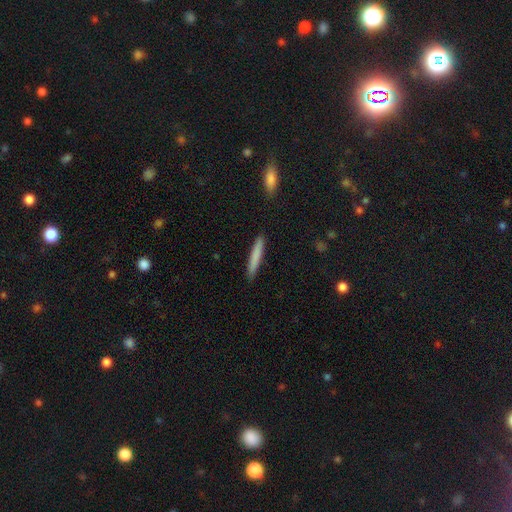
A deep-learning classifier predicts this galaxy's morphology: Overall: smooth (78%). How rounded: cigar-shaped (95%). Merging: none (89%).